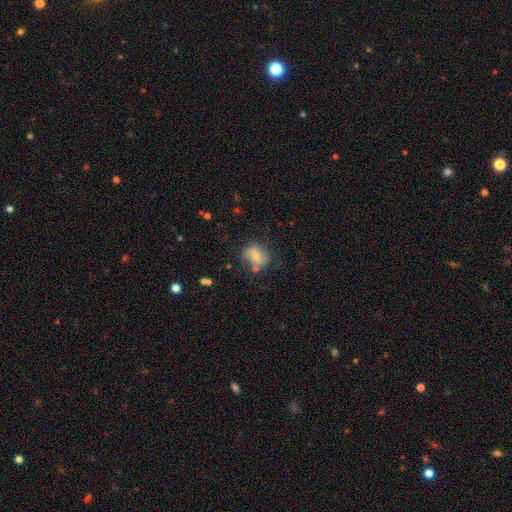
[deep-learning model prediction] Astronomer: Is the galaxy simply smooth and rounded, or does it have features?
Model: smooth — 64%.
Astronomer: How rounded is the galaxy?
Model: round — 53% (runner-up: in between, 46%).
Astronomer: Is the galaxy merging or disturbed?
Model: none — 61%.